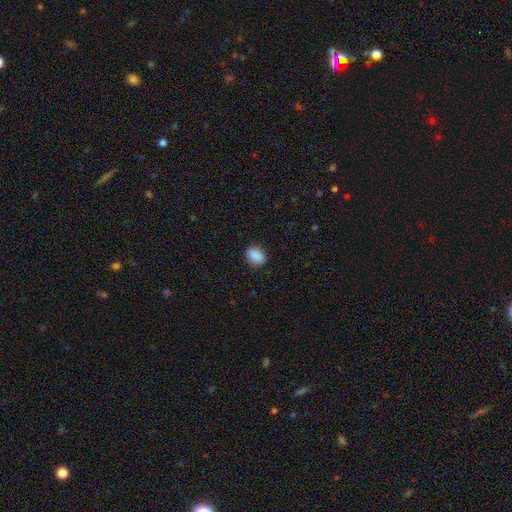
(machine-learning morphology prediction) Q: Smooth or featured?
A: smooth (88%); runner-up: star or artifact (8%)
Q: How rounded?
A: in between (70%); runner-up: round (29%)
Q: Merging?
A: none (85%); runner-up: minor disturbance (11%)